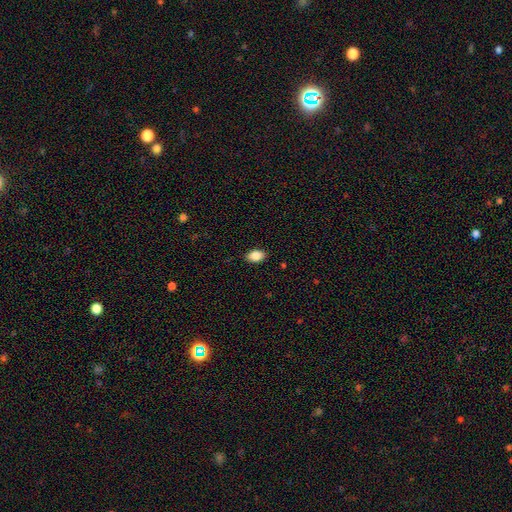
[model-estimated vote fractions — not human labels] Smooth or featured: smooth — 87% (star or artifact — 8%)
How rounded: in between — 90% (round — 8%)
Merging: none — 87% (minor disturbance — 10%)